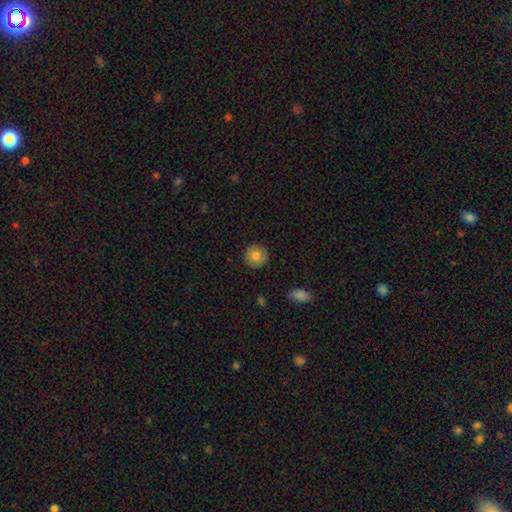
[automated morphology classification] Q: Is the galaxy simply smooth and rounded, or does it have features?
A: smooth — 78%.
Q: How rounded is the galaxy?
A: round — 94%.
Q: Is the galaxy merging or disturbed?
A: none — 90%.